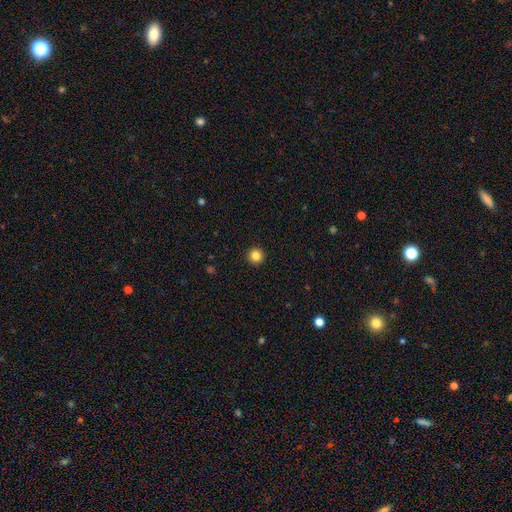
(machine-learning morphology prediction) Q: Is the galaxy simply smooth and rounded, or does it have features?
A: smooth — 84%.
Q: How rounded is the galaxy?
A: round — 96%.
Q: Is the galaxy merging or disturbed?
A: none — 94%.